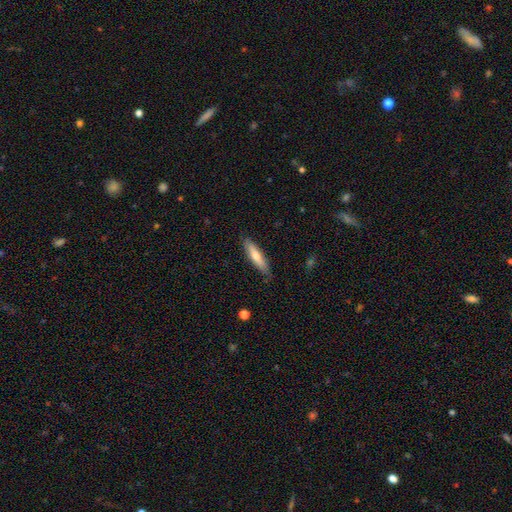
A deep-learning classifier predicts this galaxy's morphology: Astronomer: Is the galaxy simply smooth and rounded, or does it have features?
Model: smooth — 63%.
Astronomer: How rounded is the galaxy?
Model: cigar-shaped — 80%.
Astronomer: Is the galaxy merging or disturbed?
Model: none — 85%.